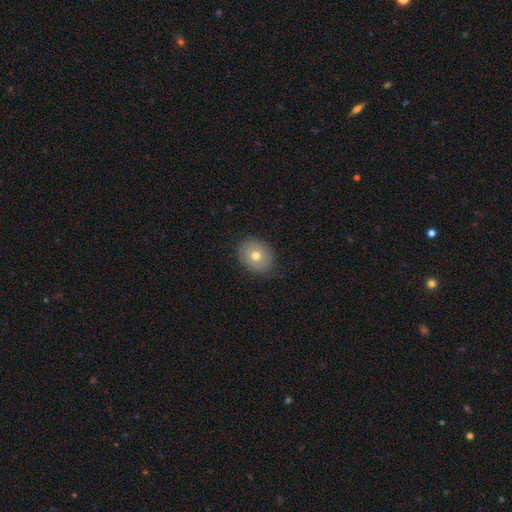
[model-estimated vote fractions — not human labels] Smooth or featured?
  - smooth: 70% *
  - featured or disk: 21%
  - star or artifact: 9%
How rounded?
  - round: 61% *
  - in between: 39%
  - cigar-shaped: 1%
Merging?
  - none: 84% *
  - minor disturbance: 13%
  - major disturbance: 3%
  - merger: 1%